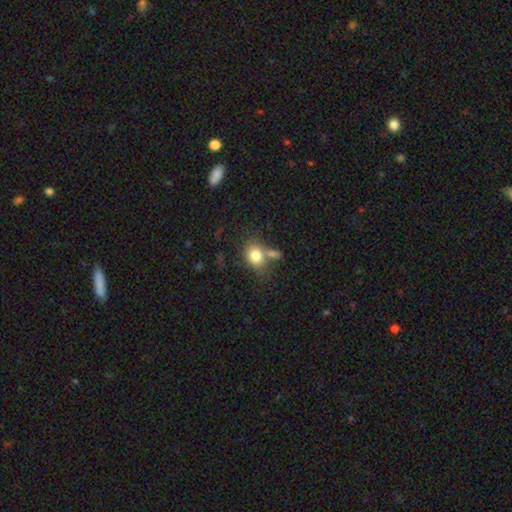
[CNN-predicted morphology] Smooth or featured: smooth — 79% (featured or disk — 11%)
How rounded: in between — 56% (round — 42%)
Merging: none — 50% (merger — 29%)